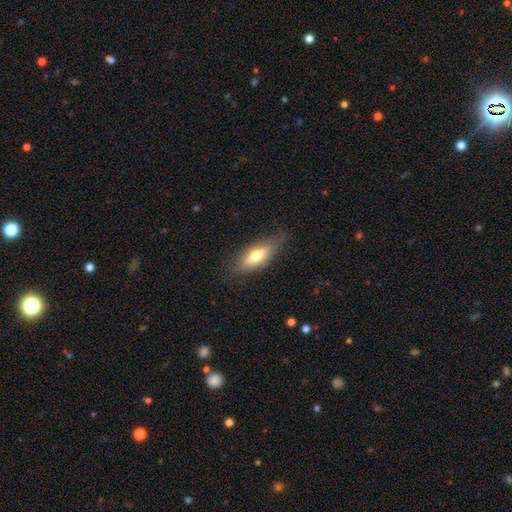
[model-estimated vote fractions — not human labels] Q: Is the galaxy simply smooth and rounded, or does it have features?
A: smooth — 53%.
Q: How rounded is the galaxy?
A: in between — 58%.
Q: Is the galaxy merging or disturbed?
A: none — 78%.